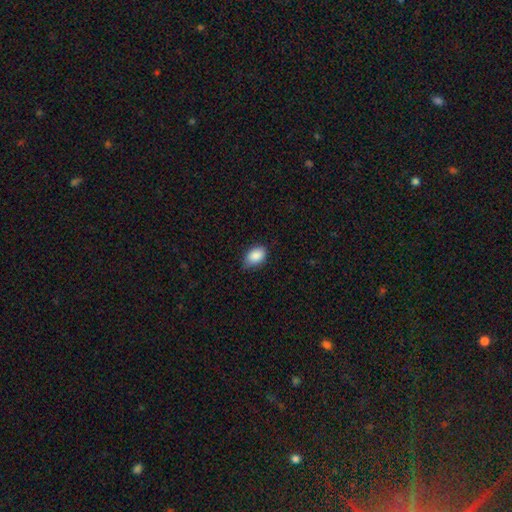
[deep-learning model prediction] This appears to be a smooth galaxy with no disk features (88%) that is in between round and cigar-shaped (86%). Merging: none (72%).